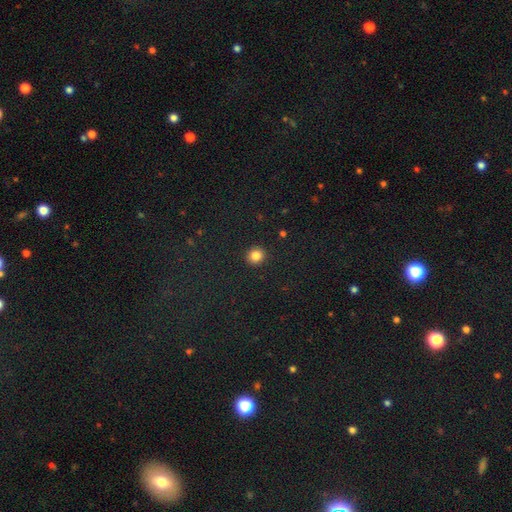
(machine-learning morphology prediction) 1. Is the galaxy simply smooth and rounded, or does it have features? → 84% smooth, 11% star or artifact, 4% featured or disk.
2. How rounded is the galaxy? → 89% round, 10% in between, 1% cigar-shaped.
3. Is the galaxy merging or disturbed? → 92% none, 5% minor disturbance, 2% major disturbance, 1% merger.